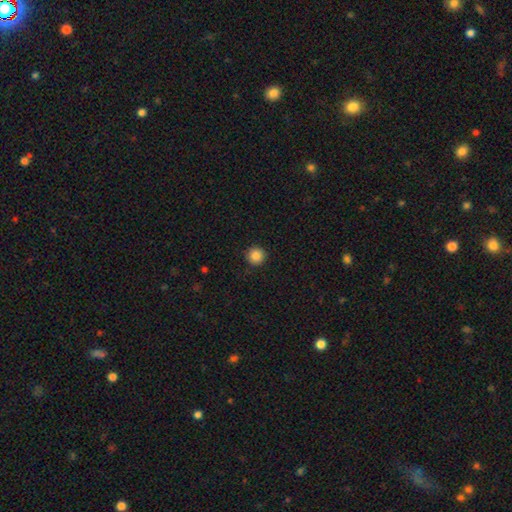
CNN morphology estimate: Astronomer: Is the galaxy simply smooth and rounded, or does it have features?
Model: smooth — 87%.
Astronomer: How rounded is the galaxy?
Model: round — 96%.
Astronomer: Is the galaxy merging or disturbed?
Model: none — 92%.